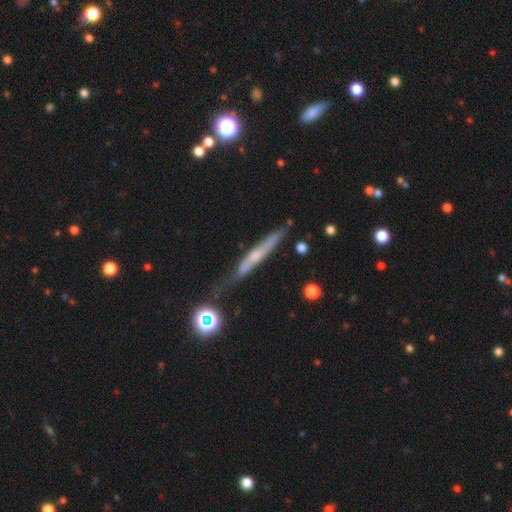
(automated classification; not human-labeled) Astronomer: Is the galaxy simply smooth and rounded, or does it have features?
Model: featured or disk — 55% (runner-up: smooth, 35%).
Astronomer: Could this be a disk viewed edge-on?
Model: yes — 88%.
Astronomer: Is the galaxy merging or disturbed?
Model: none — 64%.